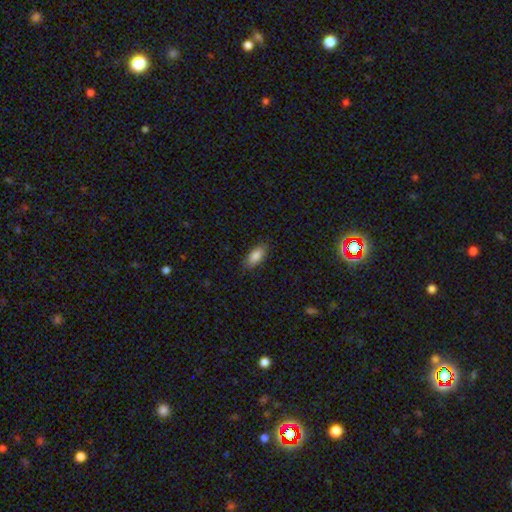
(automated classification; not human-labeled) Q: Smooth or featured?
A: smooth (86%); runner-up: featured or disk (8%)
Q: How rounded?
A: in between (86%); runner-up: cigar-shaped (11%)
Q: Merging?
A: none (85%); runner-up: minor disturbance (12%)